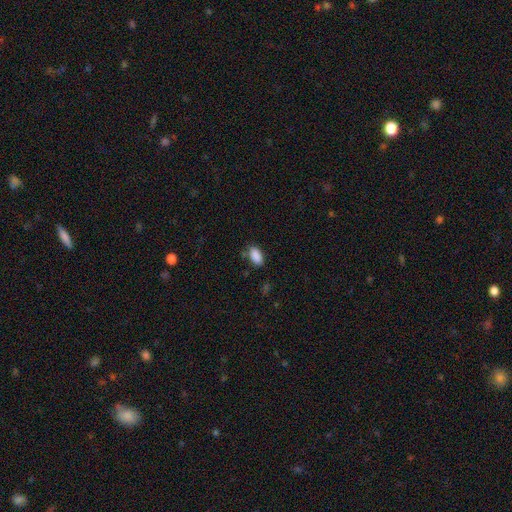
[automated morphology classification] Overall: smooth (89%). How rounded: in between (93%). Merging: none (79%).